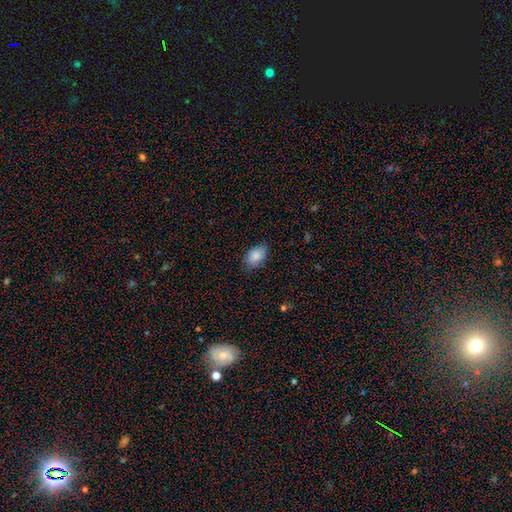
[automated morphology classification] smooth-or-featured: smooth: 87% | star or artifact: 7% | featured or disk: 6%
  how-rounded: in between: 90% | round: 9% | cigar-shaped: 1%
  merging: none: 79% | minor disturbance: 17% | major disturbance: 3% | merger: 1%